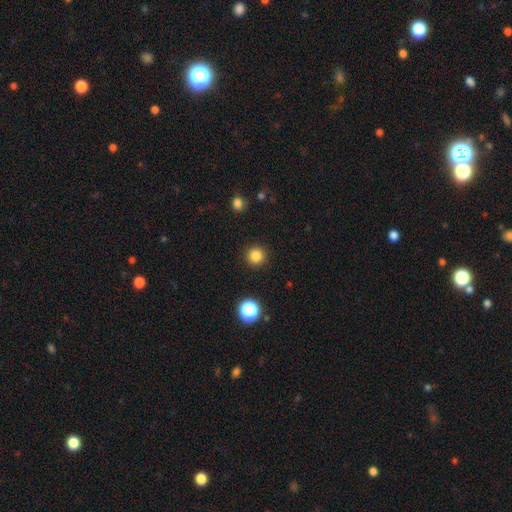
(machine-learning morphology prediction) Smooth or featured? smooth (83%)
How rounded? round (94%)
Merging? none (91%)